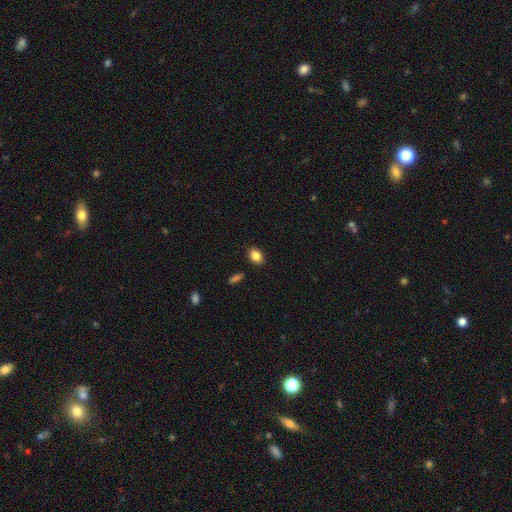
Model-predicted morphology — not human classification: type=smooth (85%); roundness=in between (73%); merging=none (88%).